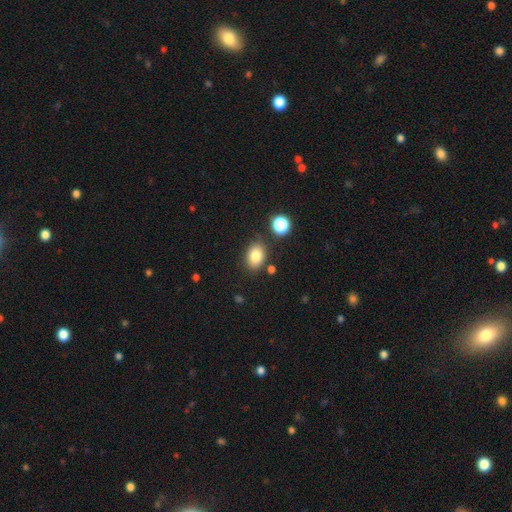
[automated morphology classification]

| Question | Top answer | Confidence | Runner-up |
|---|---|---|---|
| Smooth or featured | smooth | 82% | star or artifact (10%) |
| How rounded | in between | 76% | round (23%) |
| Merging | none | 80% | minor disturbance (12%) |